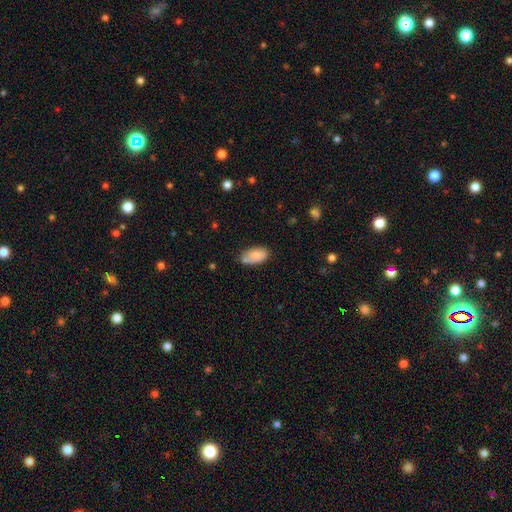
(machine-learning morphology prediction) smooth 76%, featured or disk 17%, star or artifact 7%. Down the decision tree: how rounded — in between (94%); merging — none (61%).